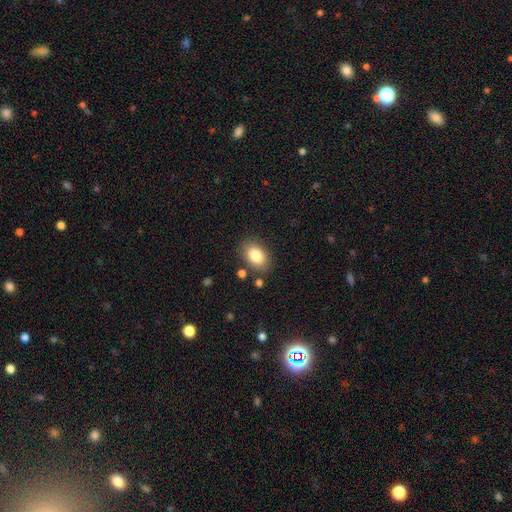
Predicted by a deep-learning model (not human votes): smooth-or-featured: smooth: 83% | featured or disk: 9% | star or artifact: 8%
  how-rounded: in between: 84% | round: 15% | cigar-shaped: 1%
  merging: none: 82% | minor disturbance: 11% | merger: 3% | major disturbance: 3%